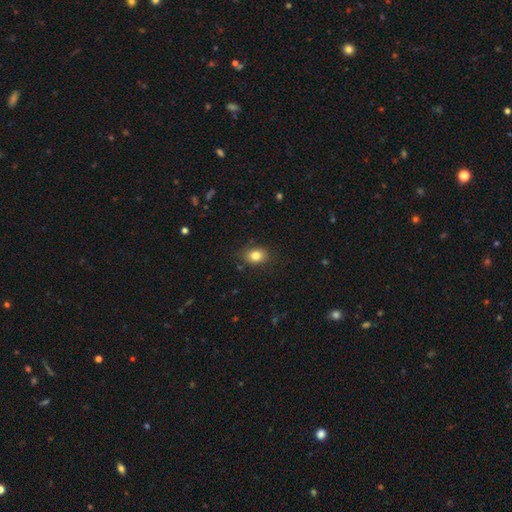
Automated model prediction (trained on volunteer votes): Morphology: type=smooth (82%); roundness=in between (62%); merging=none (83%).